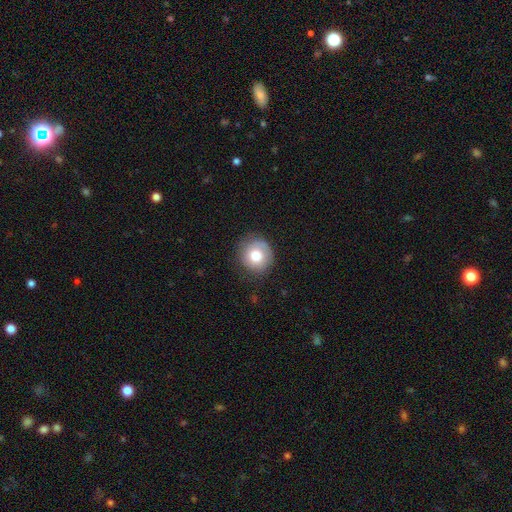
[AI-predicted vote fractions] A smooth galaxy with no disk features (74%) that is round (89%). Merging: none (78%).